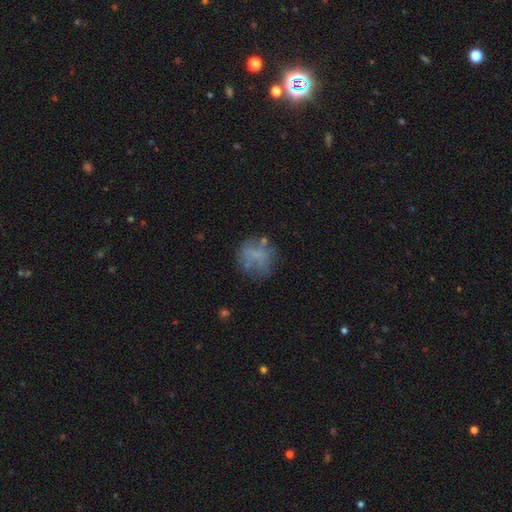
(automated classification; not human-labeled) Smooth or featured?
  - smooth: 55% *
  - featured or disk: 32%
  - star or artifact: 13%
How rounded?
  - round: 79% *
  - in between: 19%
  - cigar-shaped: 1%
Merging?
  - none: 58% *
  - minor disturbance: 22%
  - major disturbance: 14%
  - merger: 6%